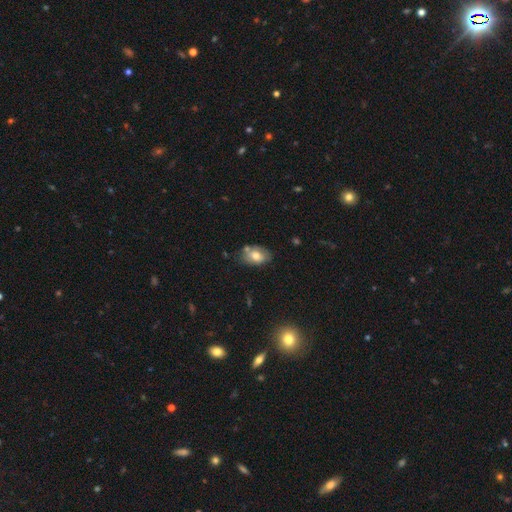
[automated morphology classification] smooth-or-featured: smooth: 69% | featured or disk: 23% | star or artifact: 9%
  how-rounded: in between: 83% | round: 16% | cigar-shaped: 1%
  merging: none: 62% | minor disturbance: 23% | merger: 10% | major disturbance: 5%